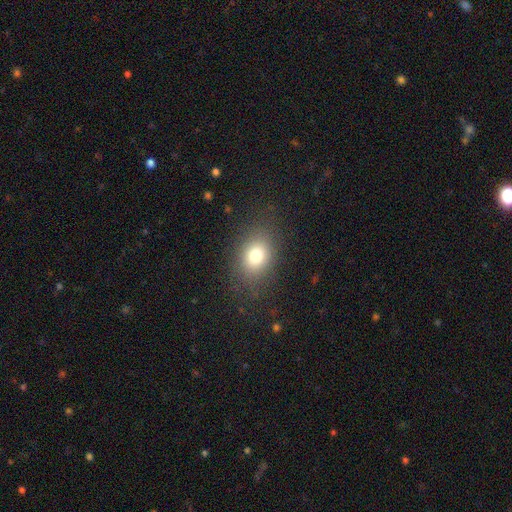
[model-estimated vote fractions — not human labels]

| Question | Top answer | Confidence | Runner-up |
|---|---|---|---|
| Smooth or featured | smooth | 76% | star or artifact (13%) |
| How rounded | in between | 61% | round (38%) |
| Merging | none | 81% | minor disturbance (11%) |